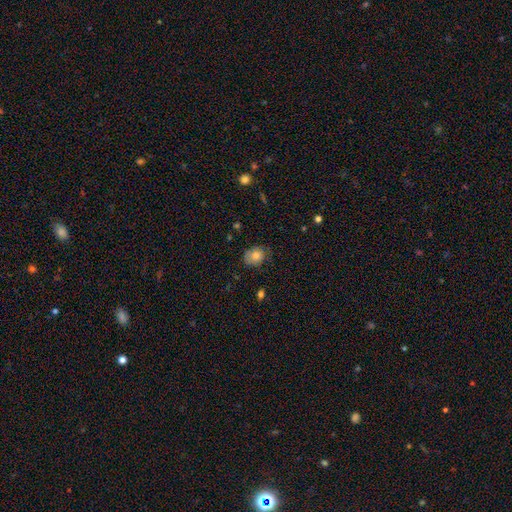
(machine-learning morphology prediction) This appears to be a smooth galaxy with no disk features (75%) that is round (55%). Merging: none (67%).